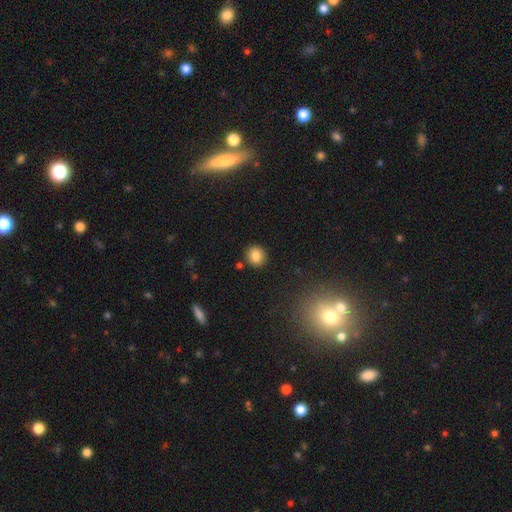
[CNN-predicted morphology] A smooth galaxy with no disk features (83%) that is round (85%). Merging: none (87%).